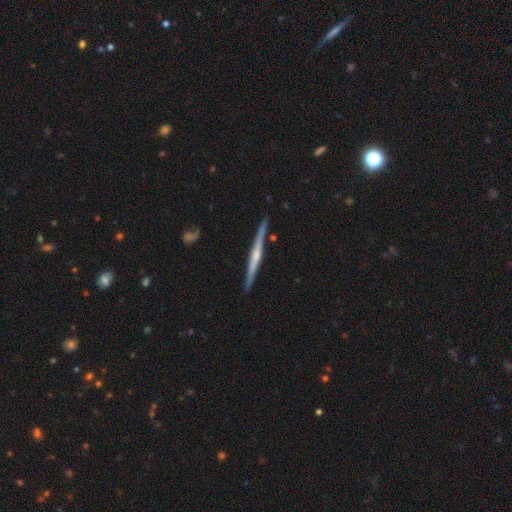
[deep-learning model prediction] Smooth or featured? featured or disk (74%)
Edge-on disk? yes (98%)
Edge-on bulge? rounded (60%)
Merging? none (89%)